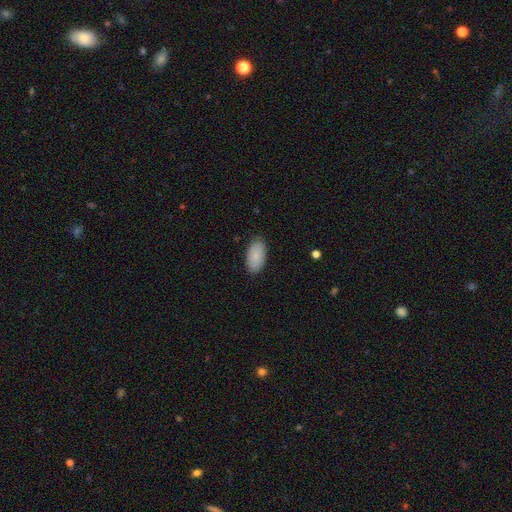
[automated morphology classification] The model was most divided on "merging": none: 86%, minor disturbance: 11%, major disturbance: 2%, merger: 1%. More confident: how rounded — in between (95%); smooth or featured — smooth (87%).